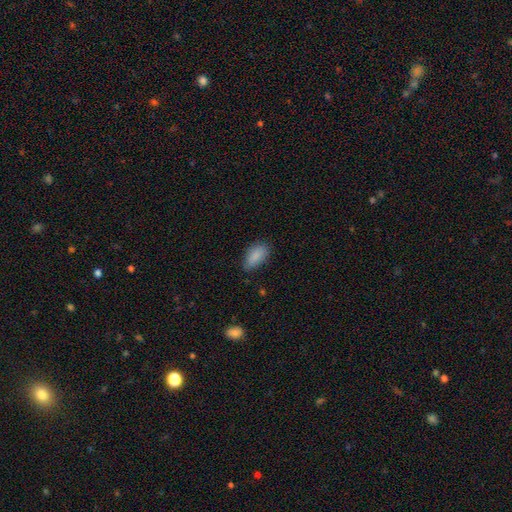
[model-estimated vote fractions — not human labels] Smooth or featured? Predicted: smooth (p=0.88). How rounded? Predicted: in between (p=0.91). Merging? Predicted: none (p=0.75).